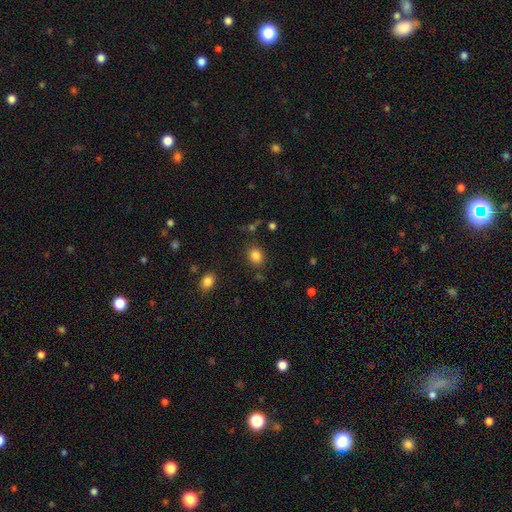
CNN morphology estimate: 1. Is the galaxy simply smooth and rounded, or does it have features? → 84% smooth, 11% star or artifact, 5% featured or disk.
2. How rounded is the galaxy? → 62% round, 37% in between, 1% cigar-shaped.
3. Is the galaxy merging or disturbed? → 82% none, 11% minor disturbance, 4% major disturbance, 4% merger.